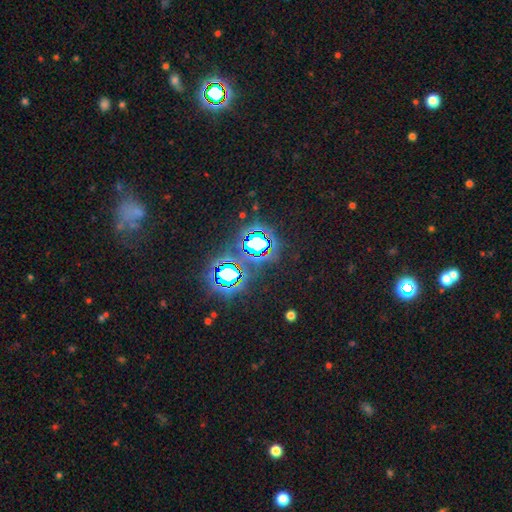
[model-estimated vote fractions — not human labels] Smooth or featured: star or artifact — 79% (smooth — 14%)